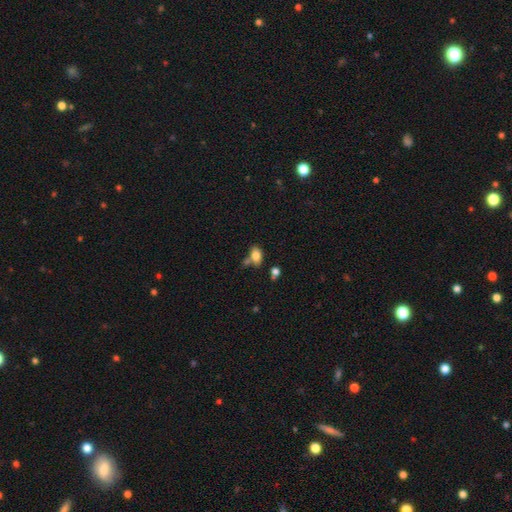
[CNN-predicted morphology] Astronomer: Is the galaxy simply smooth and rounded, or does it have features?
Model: smooth — 81%.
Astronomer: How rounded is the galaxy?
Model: in between — 86%.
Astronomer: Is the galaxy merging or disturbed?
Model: none — 58%.